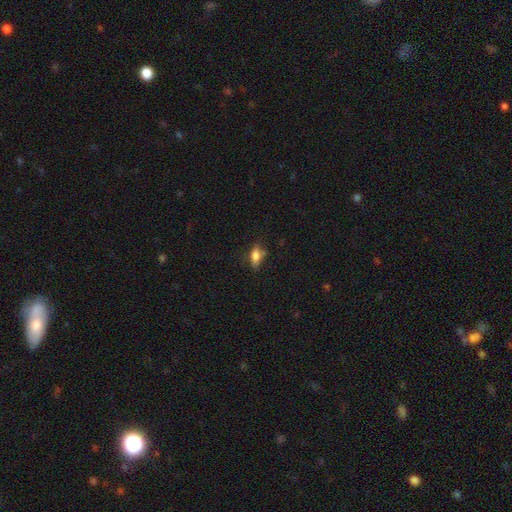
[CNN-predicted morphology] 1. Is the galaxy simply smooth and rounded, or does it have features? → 74% smooth, 16% featured or disk, 11% star or artifact.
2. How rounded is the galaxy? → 78% in between, 15% cigar-shaped, 7% round.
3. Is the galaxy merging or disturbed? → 59% none, 26% minor disturbance, 9% major disturbance, 6% merger.